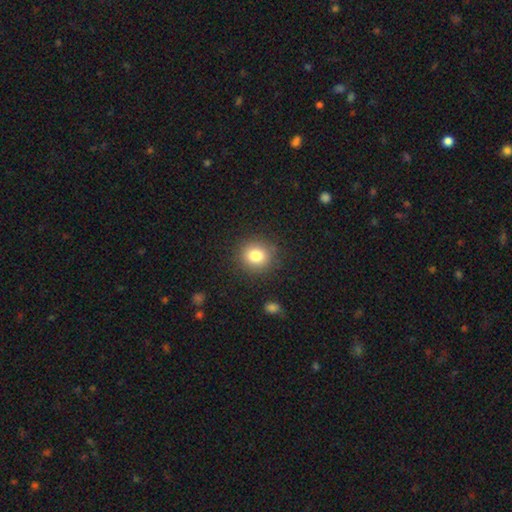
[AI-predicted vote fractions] This is clearly a smooth galaxy (81%). How rounded: clearly round (83%). Merging: clearly none (87%).